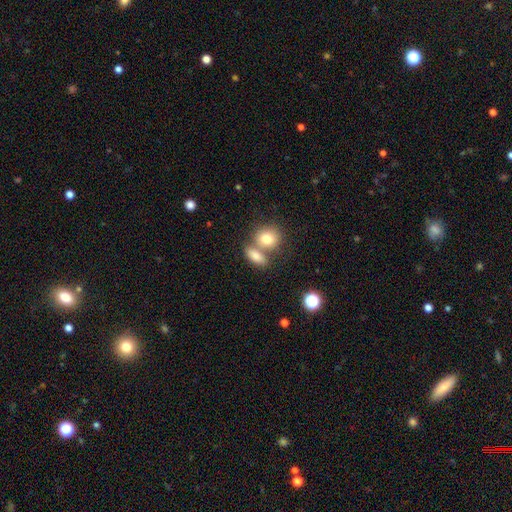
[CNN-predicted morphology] Smooth or featured? Predicted: smooth (p=0.81). How rounded? Predicted: in between (p=0.73). Merging? Predicted: merger (p=0.45).